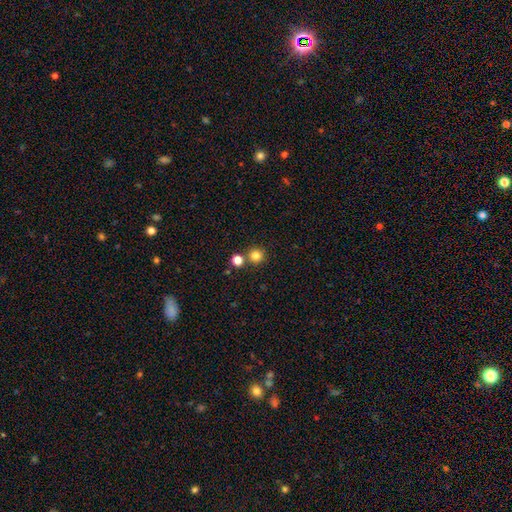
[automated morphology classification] Smooth or featured: smooth — 81% (star or artifact — 14%)
How rounded: round — 94% (in between — 5%)
Merging: none — 79% (merger — 13%)